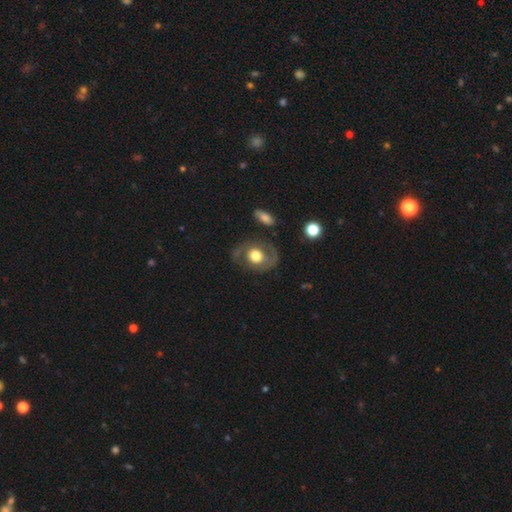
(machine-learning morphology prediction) This appears to be a featured or disk galaxy (57%) with no bar (79%), spiral arms (56%) and a large central bulge (47%). Merging: none (72%).